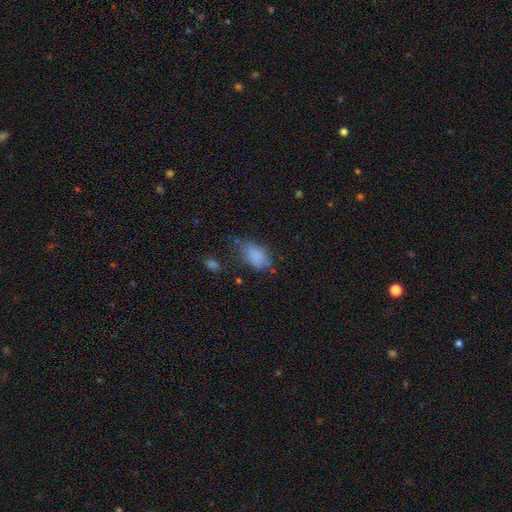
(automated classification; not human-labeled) A smooth galaxy with no disk features (78%) that is in between round and cigar-shaped (89%). Merging: none (38%).